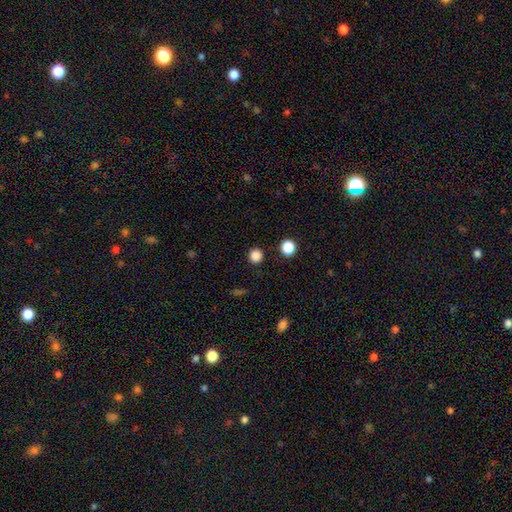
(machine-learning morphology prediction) This appears to be a smooth galaxy with no disk features (85%) that is round (93%). Merging: none (91%).